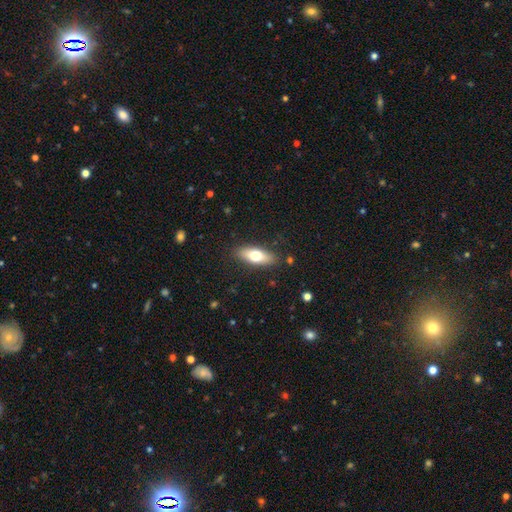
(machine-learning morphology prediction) type=smooth (65%); roundness=in between (67%); merging=none (86%).